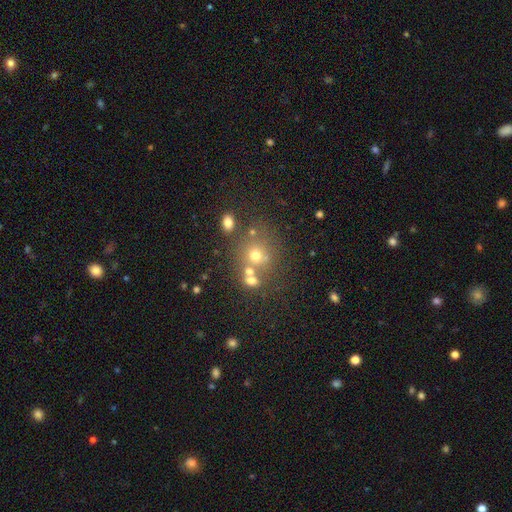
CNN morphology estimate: A smooth galaxy with no disk features (60%) that is round (81%). Merging: none (56%).